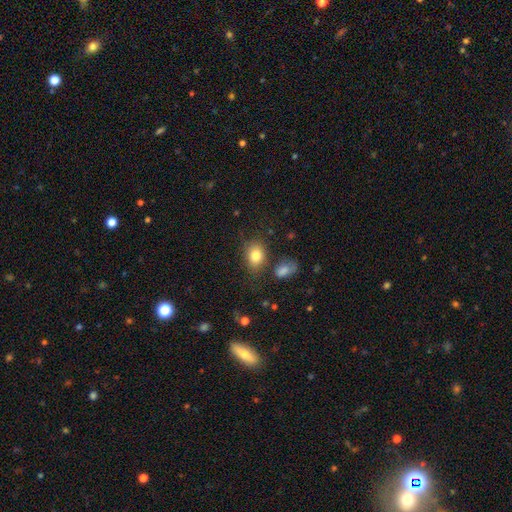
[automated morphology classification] smooth-or-featured: smooth: 81% | star or artifact: 10% | featured or disk: 9%
  how-rounded: in between: 64% | round: 35% | cigar-shaped: 1%
  merging: none: 70% | minor disturbance: 17% | merger: 8% | major disturbance: 6%